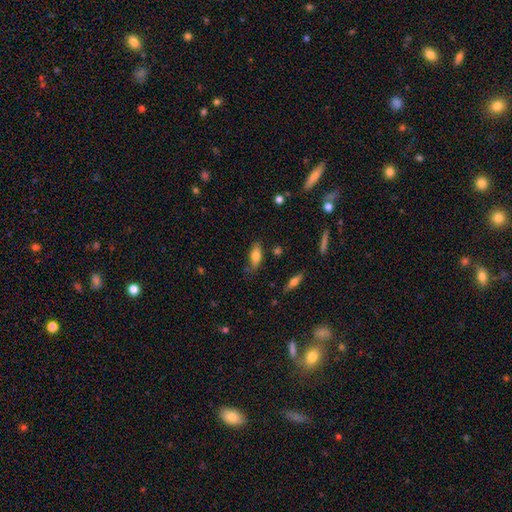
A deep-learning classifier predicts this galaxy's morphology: type=smooth (73%); roundness=in between (77%); merging=none (69%).